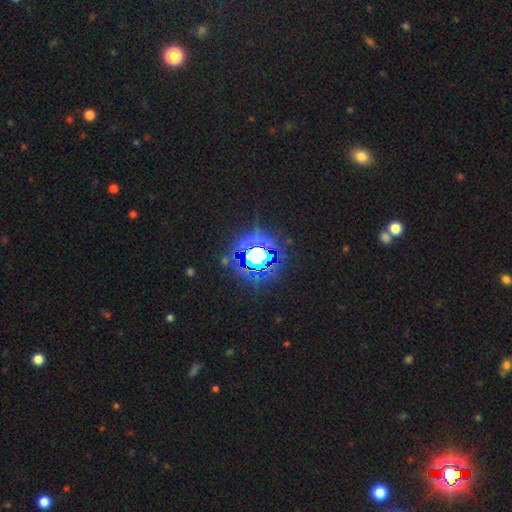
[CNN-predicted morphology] Overall: star or artifact (77%).